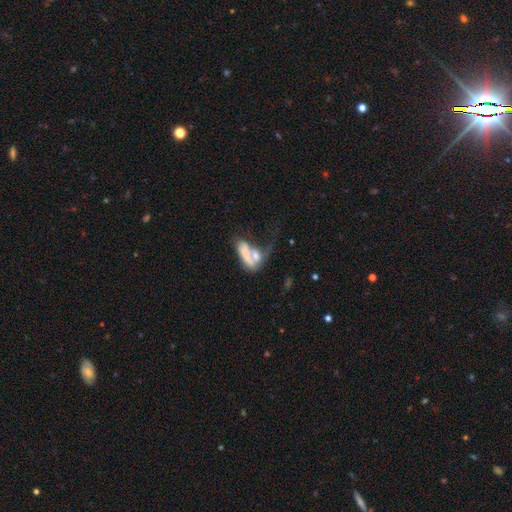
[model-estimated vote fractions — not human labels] A smooth galaxy with no disk features (54%) that is in between round and cigar-shaped (75%). Merging: merger (55%).